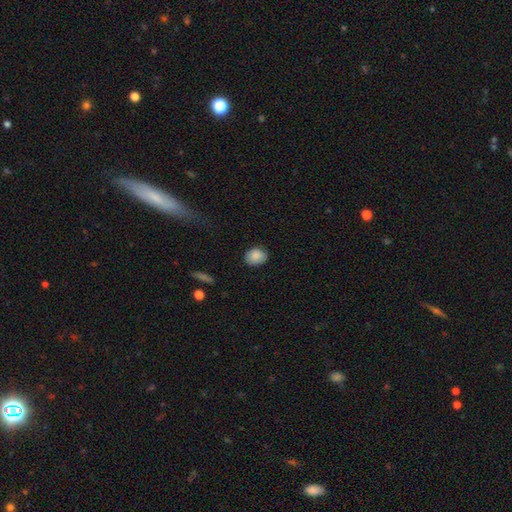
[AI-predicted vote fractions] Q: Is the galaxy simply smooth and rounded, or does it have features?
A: smooth — 87%.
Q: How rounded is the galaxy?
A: in between — 52%.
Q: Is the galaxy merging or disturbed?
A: none — 81%.